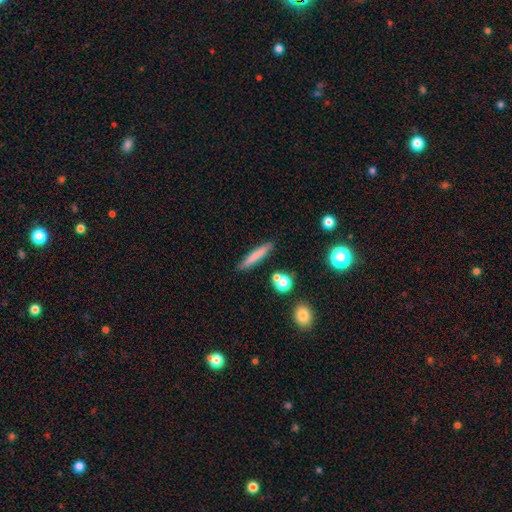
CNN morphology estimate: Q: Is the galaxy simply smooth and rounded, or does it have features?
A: smooth — 73%.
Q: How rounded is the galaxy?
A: cigar-shaped — 91%.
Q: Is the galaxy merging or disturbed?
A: none — 84%.